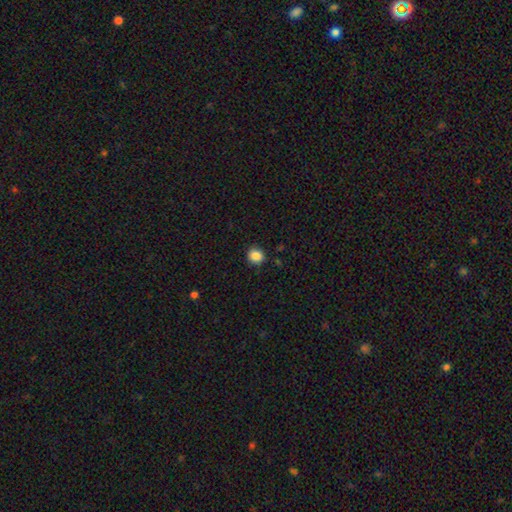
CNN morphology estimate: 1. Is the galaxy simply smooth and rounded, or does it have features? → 86% smooth, 10% star or artifact, 4% featured or disk.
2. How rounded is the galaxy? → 85% round, 14% in between, 1% cigar-shaped.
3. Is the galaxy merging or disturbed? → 89% none, 8% minor disturbance, 2% major disturbance, 1% merger.